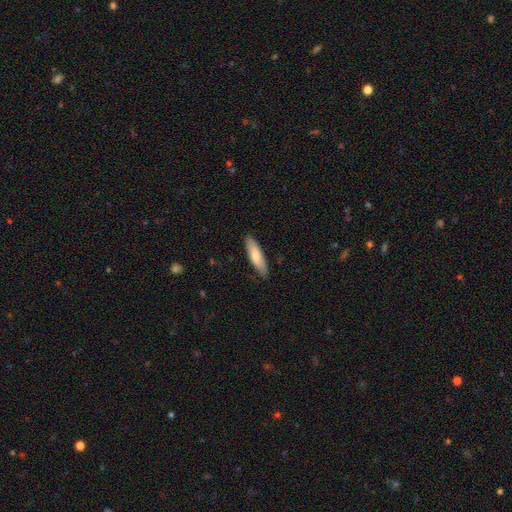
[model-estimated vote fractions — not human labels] Smooth or featured: smooth — 75% (featured or disk — 20%)
How rounded: cigar-shaped — 63% (in between — 36%)
Merging: none — 85% (minor disturbance — 12%)